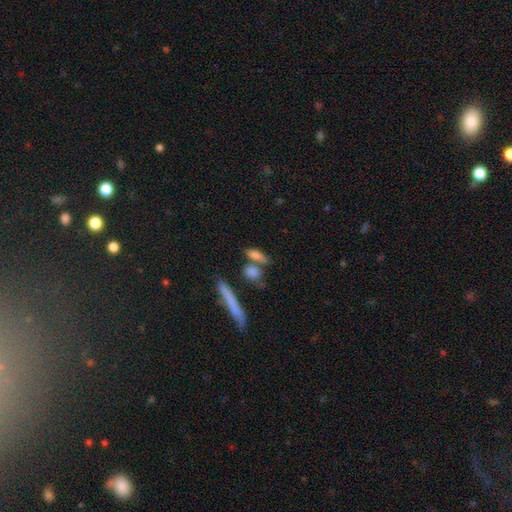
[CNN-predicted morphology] This appears to be a smooth galaxy with no disk features (75%) that is cigar-shaped (46%, tied with in between). Merging: none (54%).